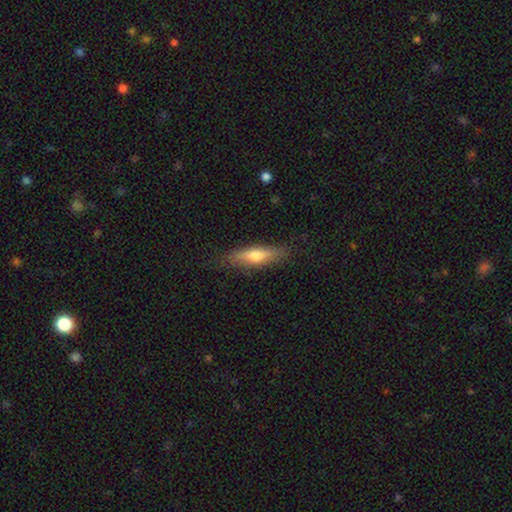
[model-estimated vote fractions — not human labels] A smooth galaxy with no disk features (62%) that is cigar-shaped (64%).

Vote fractions:
- Smooth or featured? smooth: 62% / featured or disk: 32% / star or artifact: 6%
- How rounded? cigar-shaped: 64% / in between: 34% / round: 2%
- Merging? none: 81% / minor disturbance: 14% / major disturbance: 4% / merger: 1%